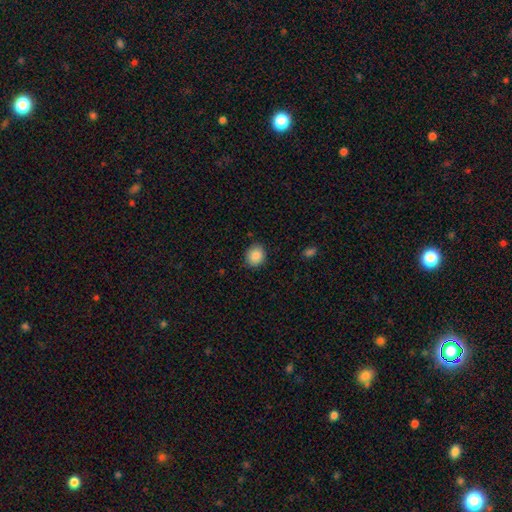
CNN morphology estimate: Smooth or featured: smooth — 87% (star or artifact — 9%)
How rounded: round — 71% (in between — 28%)
Merging: none — 87% (minor disturbance — 10%)